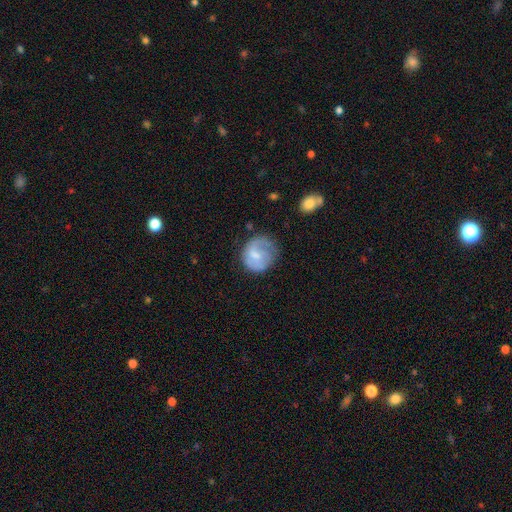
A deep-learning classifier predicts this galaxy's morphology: Smooth or featured: smooth — 48% (featured or disk — 45%)
Merging: none — 52% (minor disturbance — 26%)